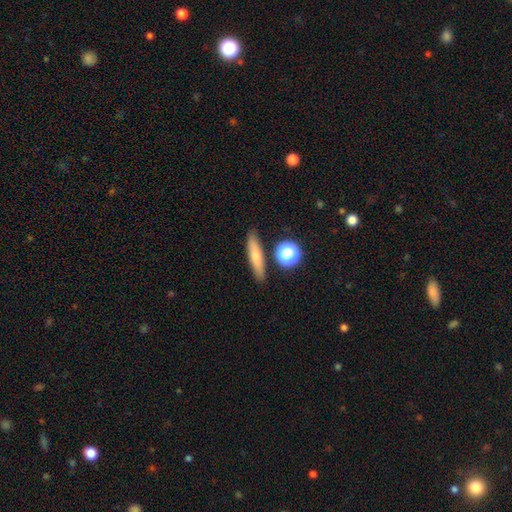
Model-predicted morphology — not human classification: smooth_or_featured: smooth (p=0.58) [alt: featured or disk p=0.31]
how_rounded: cigar-shaped (p=0.75) [alt: in between p=0.19]
merging: none (p=0.85) [alt: minor disturbance p=0.09]